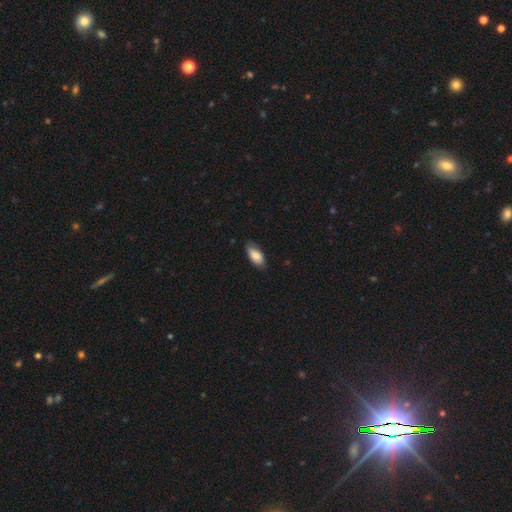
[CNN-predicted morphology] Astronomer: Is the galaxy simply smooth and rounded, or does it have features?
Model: smooth — 82%.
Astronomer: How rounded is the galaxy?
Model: in between — 90%.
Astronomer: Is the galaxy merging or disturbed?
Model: none — 78%.